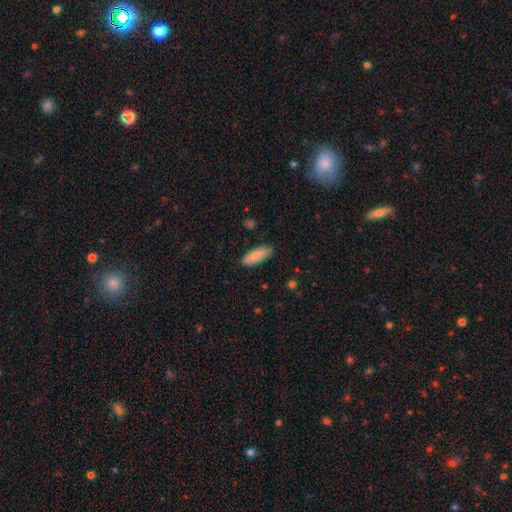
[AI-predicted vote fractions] This appears to be a smooth galaxy with no disk features (84%) that is in between round and cigar-shaped (75%). Merging: none (86%).